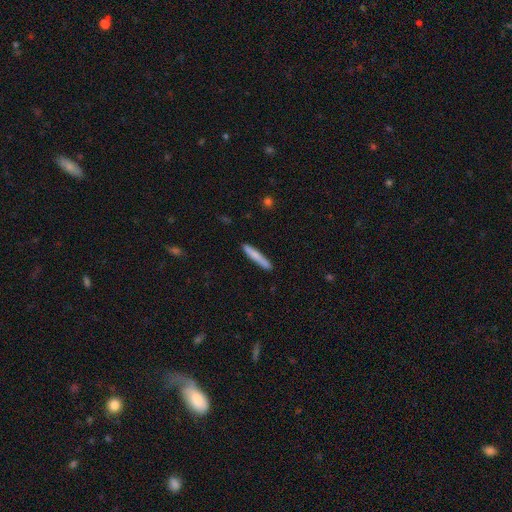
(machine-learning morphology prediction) Smooth or featured? smooth (75%)
How rounded? cigar-shaped (95%)
Merging? none (88%)